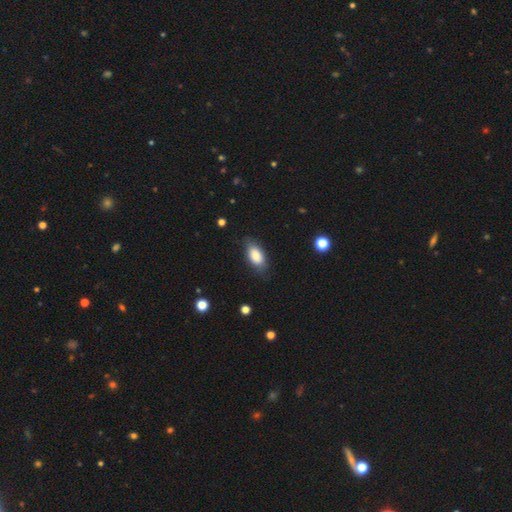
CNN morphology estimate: Smooth or featured: smooth — 84% (featured or disk — 9%)
How rounded: in between — 90% (cigar-shaped — 7%)
Merging: none — 78% (minor disturbance — 16%)